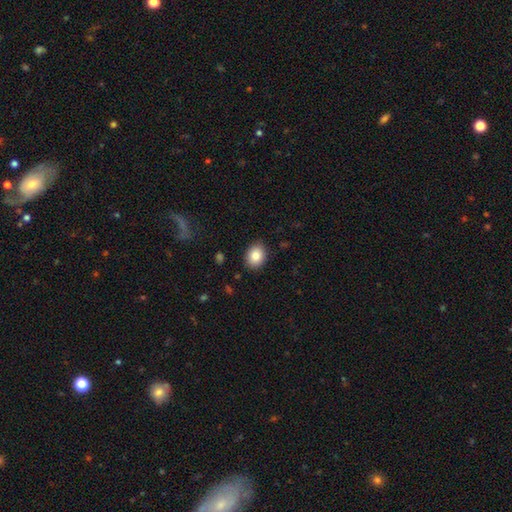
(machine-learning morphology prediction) smooth-or-featured: smooth: 84% | star or artifact: 8% | featured or disk: 8%
  how-rounded: in between: 56% | round: 43% | cigar-shaped: 1%
  merging: none: 87% | minor disturbance: 10% | major disturbance: 2% | merger: 1%